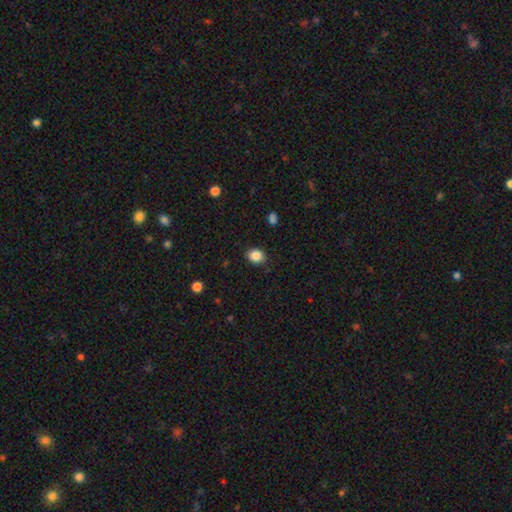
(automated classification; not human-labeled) smooth-or-featured: smooth: 86% | star or artifact: 10% | featured or disk: 4%
  how-rounded: round: 54% | in between: 45% | cigar-shaped: 1%
  merging: none: 88% | minor disturbance: 9% | major disturbance: 2% | merger: 1%